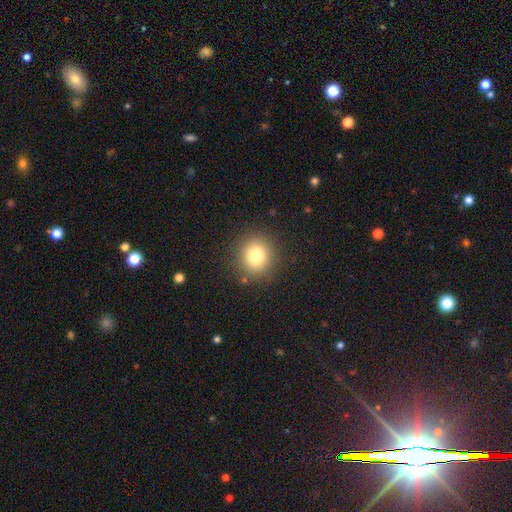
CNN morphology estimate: smooth-or-featured: smooth: 80% | star or artifact: 12% | featured or disk: 8%
  how-rounded: round: 87% | in between: 12% | cigar-shaped: 1%
  merging: none: 88% | minor disturbance: 8% | major disturbance: 3% | merger: 1%